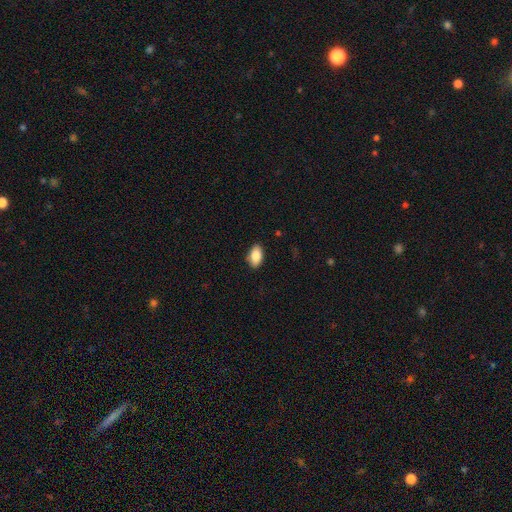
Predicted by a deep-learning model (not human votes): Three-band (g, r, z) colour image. It shows a smooth galaxy with no disk features (87%) that is in between round and cigar-shaped (94%). Merging: none (89%).